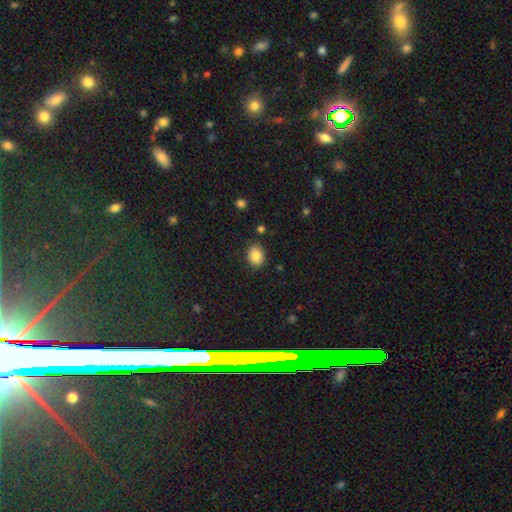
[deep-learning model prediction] The model was most divided on "how rounded": in between: 62%, round: 37%, cigar-shaped: 1%. More confident: merging — none (85%); smooth or featured — smooth (83%).